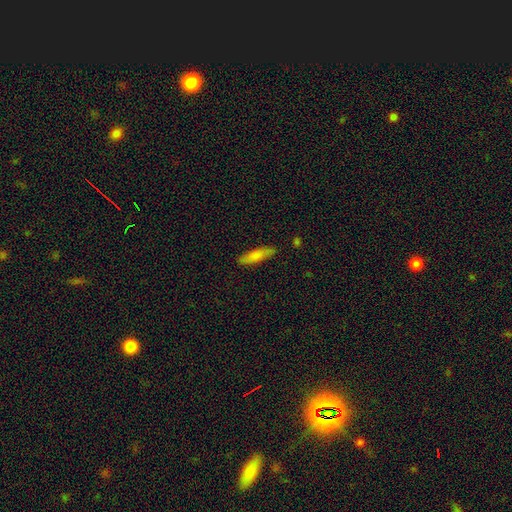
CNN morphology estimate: type=smooth (80%); roundness=cigar-shaped (68%); merging=none (86%).